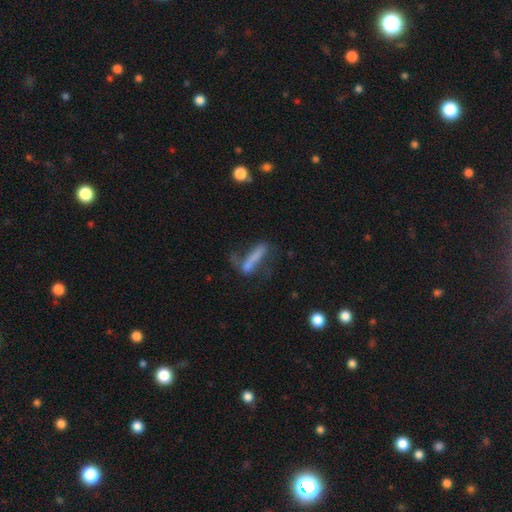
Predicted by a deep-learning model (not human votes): smooth_or_featured: smooth (p=0.52) [alt: featured or disk p=0.35]
how_rounded: cigar-shaped (p=0.81) [alt: in between p=0.16]
merging: none (p=0.39) [alt: major disturbance p=0.27]